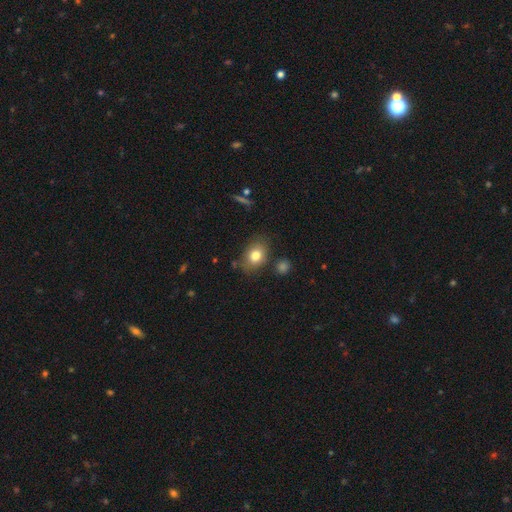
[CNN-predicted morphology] Smooth or featured: smooth — 79% (featured or disk — 12%)
How rounded: in between — 68% (round — 31%)
Merging: none — 75% (minor disturbance — 16%)